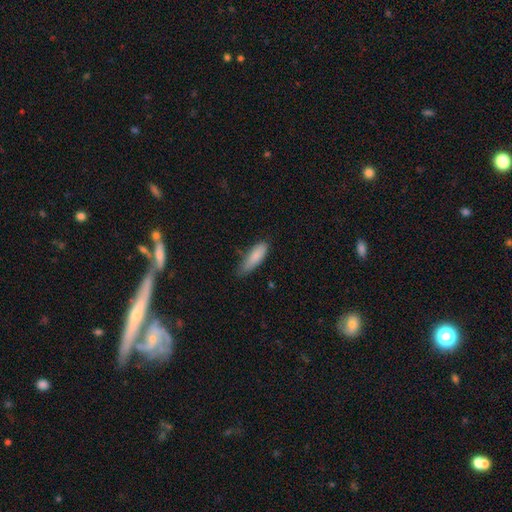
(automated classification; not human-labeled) Smooth or featured?
  - smooth: 85% *
  - featured or disk: 9%
  - star or artifact: 6%
How rounded?
  - cigar-shaped: 49% * (tied)
  - in between: 49% * (tied)
  - round: 2%
Merging?
  - none: 57% *
  - minor disturbance: 34%
  - major disturbance: 6%
  - merger: 2%